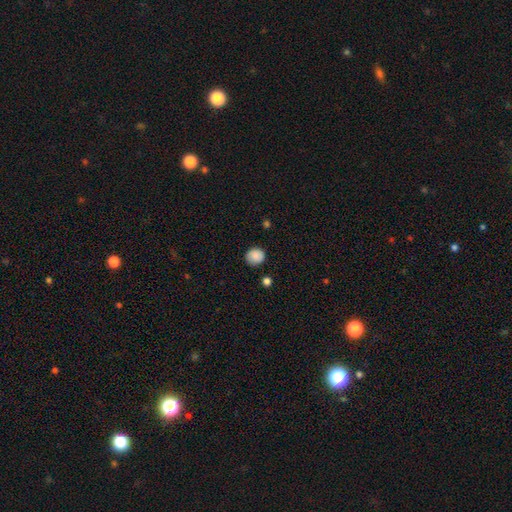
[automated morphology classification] Smooth or featured: smooth — 87% (star or artifact — 9%)
How rounded: round — 88% (in between — 11%)
Merging: none — 85% (minor disturbance — 11%)